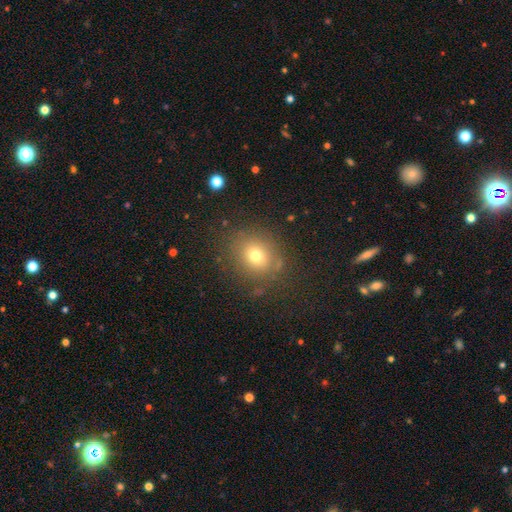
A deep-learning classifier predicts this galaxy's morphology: The model was most divided on "how rounded": round: 74%, in between: 25%, cigar-shaped: 1%. More confident: merging — none (82%); smooth or featured — smooth (72%).